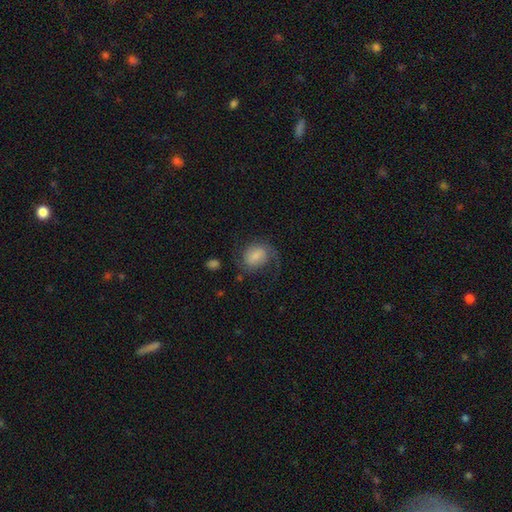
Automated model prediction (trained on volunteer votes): featured or disk 53%, smooth 38%, star or artifact 8%. Down the decision tree: edge-on disk — no (98%); bar — no (49%); spiral arms — yes (90%); bulge size — small (39%); merging — none (51%).